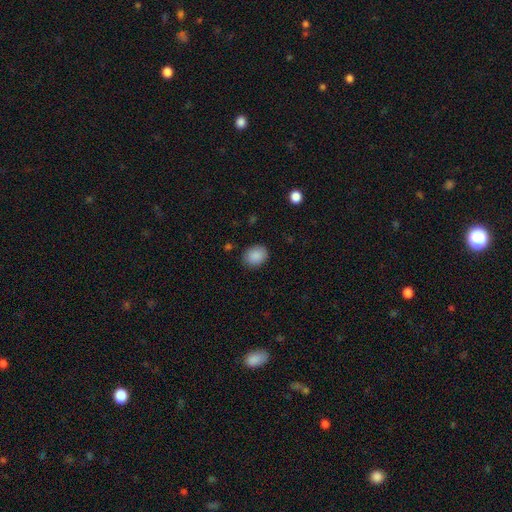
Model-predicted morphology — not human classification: smooth_or_featured: smooth (p=0.88) [alt: star or artifact p=0.08]
how_rounded: in between (p=0.52) [alt: round p=0.47]
merging: none (p=0.86) [alt: minor disturbance p=0.10]